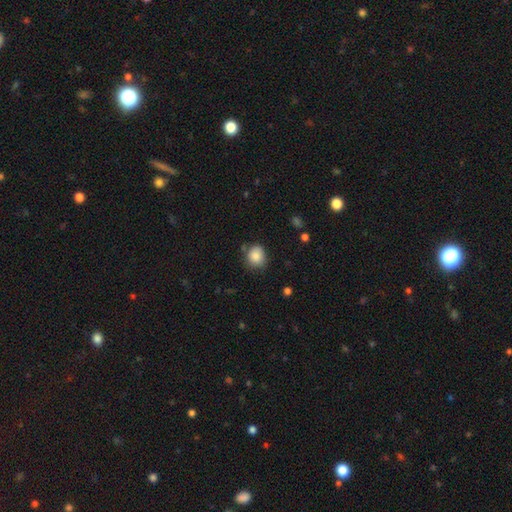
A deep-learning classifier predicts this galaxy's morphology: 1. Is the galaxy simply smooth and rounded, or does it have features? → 84% smooth, 9% star or artifact, 6% featured or disk.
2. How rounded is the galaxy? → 75% round, 24% in between, 1% cigar-shaped.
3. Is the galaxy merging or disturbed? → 72% none, 20% minor disturbance, 4% major disturbance, 4% merger.